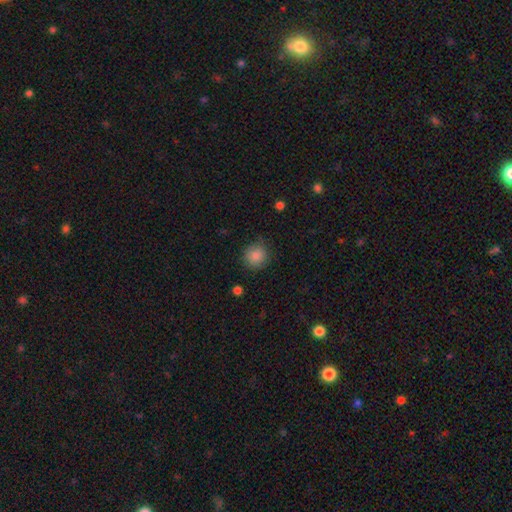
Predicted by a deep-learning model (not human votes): This is clearly a smooth galaxy (86%). How rounded: clearly round (91%). Merging: clearly none (82%).